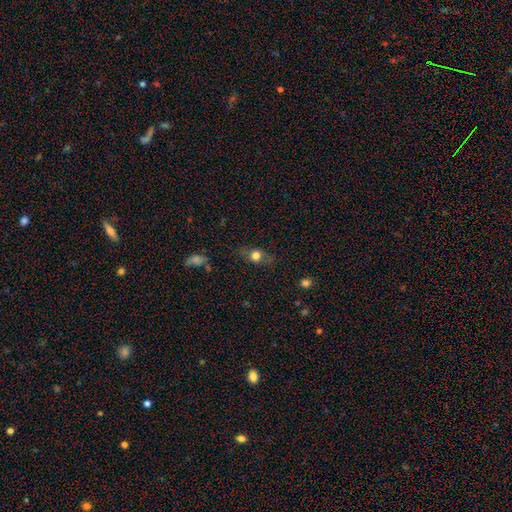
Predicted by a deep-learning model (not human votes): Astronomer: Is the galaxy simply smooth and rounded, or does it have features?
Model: smooth — 66%.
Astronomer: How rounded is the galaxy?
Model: in between — 51% (runner-up: round, 40%).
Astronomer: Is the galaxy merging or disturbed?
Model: none — 78%.